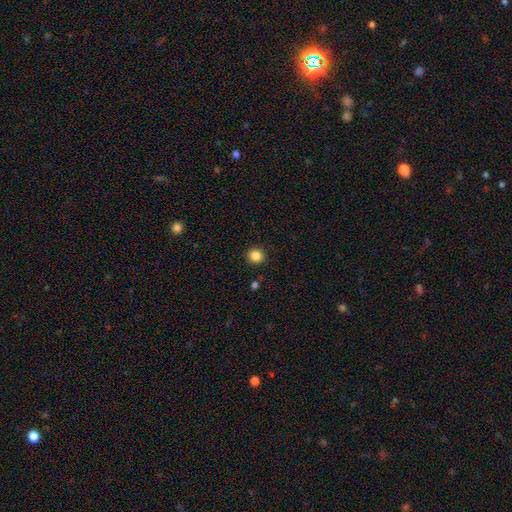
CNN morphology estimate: Smooth or featured?
  - smooth: 84% *
  - star or artifact: 11%
  - featured or disk: 4%
How rounded?
  - round: 91% *
  - in between: 8%
  - cigar-shaped: 1%
Merging?
  - none: 92% *
  - minor disturbance: 5%
  - major disturbance: 2%
  - merger: 1%